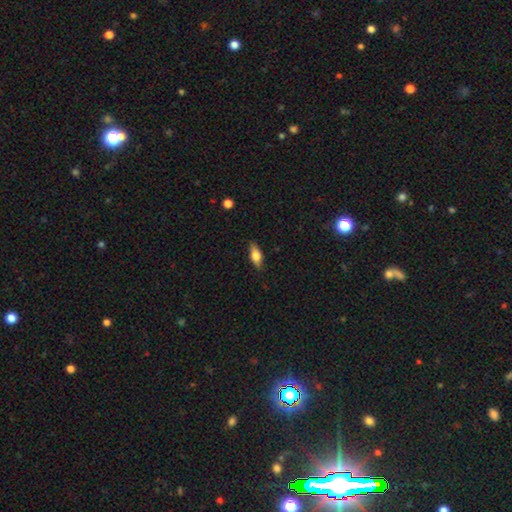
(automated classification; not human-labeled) Smooth or featured? Predicted: smooth (p=0.66). How rounded? Predicted: in between (p=0.75). Merging? Predicted: none (p=0.85).